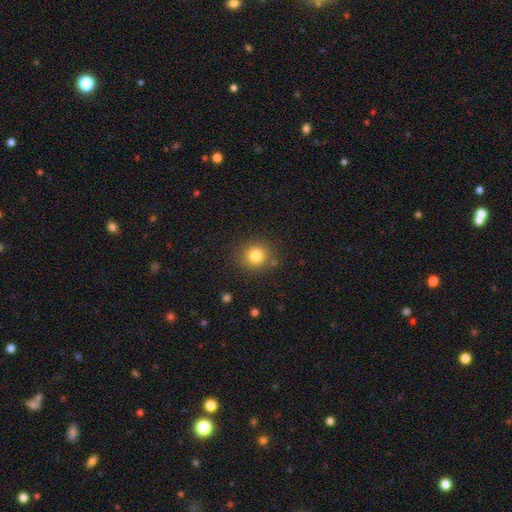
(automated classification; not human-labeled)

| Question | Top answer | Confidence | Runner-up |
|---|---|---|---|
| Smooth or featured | smooth | 82% | star or artifact (12%) |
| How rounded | round | 89% | in between (10%) |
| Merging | none | 85% | minor disturbance (9%) |